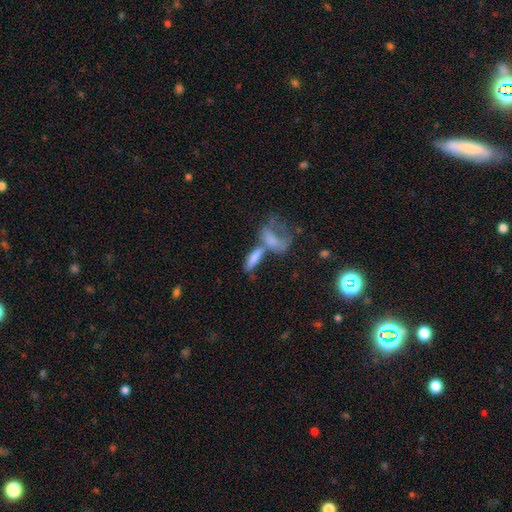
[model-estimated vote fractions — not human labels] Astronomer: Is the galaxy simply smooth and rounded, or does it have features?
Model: smooth — 62%.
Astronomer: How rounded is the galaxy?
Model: in between — 62%.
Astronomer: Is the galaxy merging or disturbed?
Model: merger — 57%.